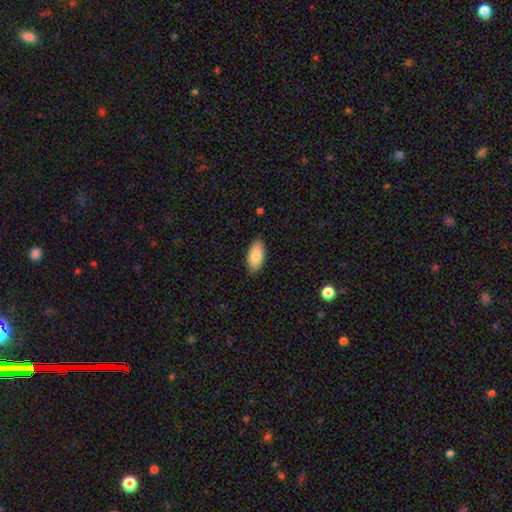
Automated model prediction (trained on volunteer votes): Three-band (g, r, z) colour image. It shows a smooth galaxy with no disk features (85%) that is in between round and cigar-shaped (94%). Merging: none (86%).